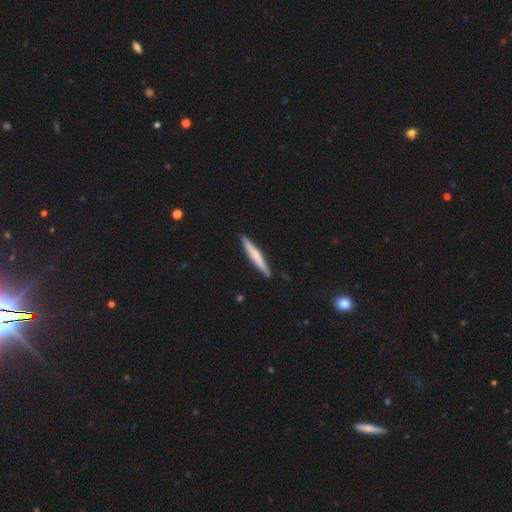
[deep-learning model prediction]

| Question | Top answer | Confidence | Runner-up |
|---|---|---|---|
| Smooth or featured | smooth | 54% | featured or disk (41%) |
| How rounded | cigar-shaped | 95% | in between (4%) |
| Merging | none | 91% | minor disturbance (7%) |